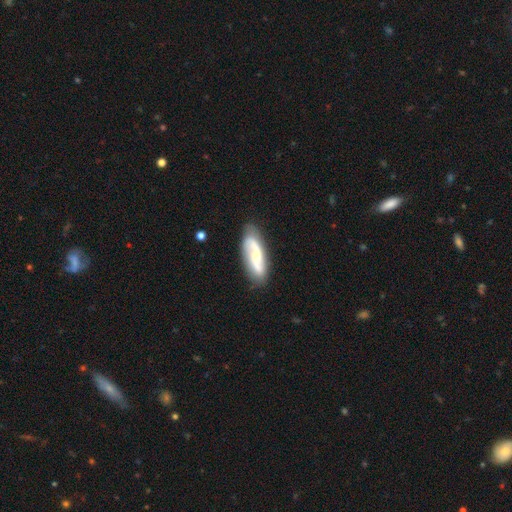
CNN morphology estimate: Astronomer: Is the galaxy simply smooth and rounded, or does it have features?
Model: featured or disk — 63%.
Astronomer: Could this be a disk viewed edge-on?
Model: no — 89%.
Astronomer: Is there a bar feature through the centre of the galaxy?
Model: no — 46% (runner-up: weak, 36%).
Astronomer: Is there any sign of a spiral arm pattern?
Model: yes — 91%.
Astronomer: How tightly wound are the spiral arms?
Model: loose — 47% (runner-up: medium, 35%).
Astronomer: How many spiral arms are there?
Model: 2 — 78%.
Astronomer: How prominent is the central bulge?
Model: small — 39% (runner-up: moderate, 32%).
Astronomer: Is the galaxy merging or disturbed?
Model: none — 73%.